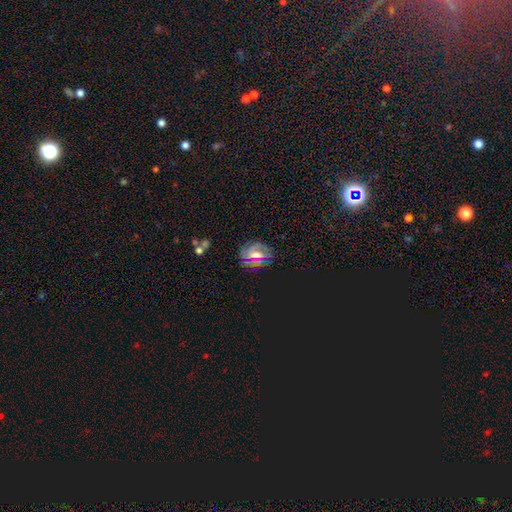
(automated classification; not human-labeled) Morphology: type=featured or disk (43%); merging=none (78%).